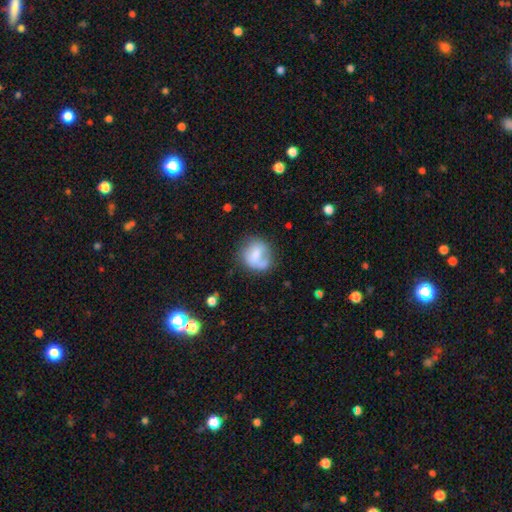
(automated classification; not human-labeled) This is likely a smooth galaxy (61%). How rounded: likely round (73%). Merging: possibly none (51%).